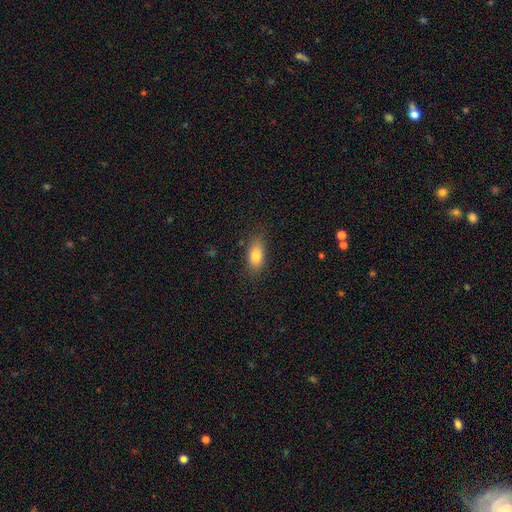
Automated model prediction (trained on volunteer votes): smooth 80%, featured or disk 12%, star or artifact 9%. Down the decision tree: how rounded — in between (85%); merging — none (82%).